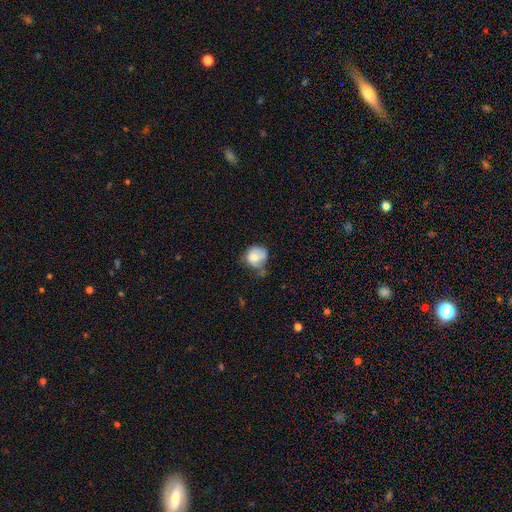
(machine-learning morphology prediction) Smooth or featured: smooth — 73% (featured or disk — 19%)
How rounded: round — 72% (in between — 27%)
Merging: minor disturbance — 37% (none — 35%)